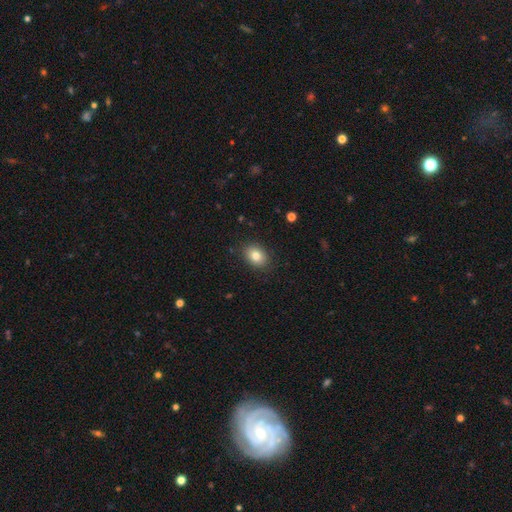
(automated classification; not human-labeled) Smooth or featured: smooth — 82% (star or artifact — 9%)
How rounded: in between — 63% (round — 36%)
Merging: none — 87% (minor disturbance — 9%)